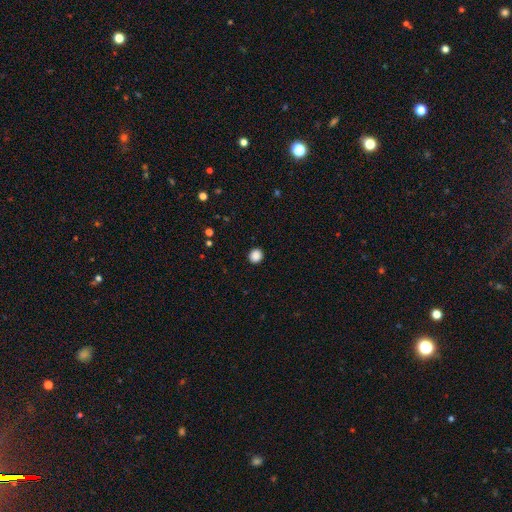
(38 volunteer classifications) Smooth or featured? smooth (82%)
How rounded? round (94%)
Merging? none (97%)